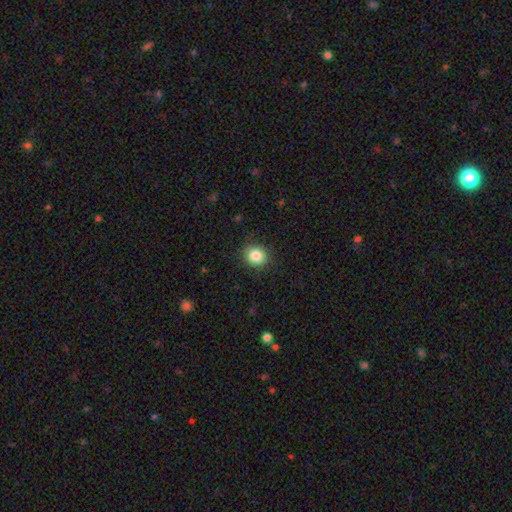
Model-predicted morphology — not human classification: smooth-or-featured: smooth: 84% | star or artifact: 10% | featured or disk: 5%
  how-rounded: round: 80% | in between: 19% | cigar-shaped: 1%
  merging: none: 89% | minor disturbance: 8% | major disturbance: 2% | merger: 1%